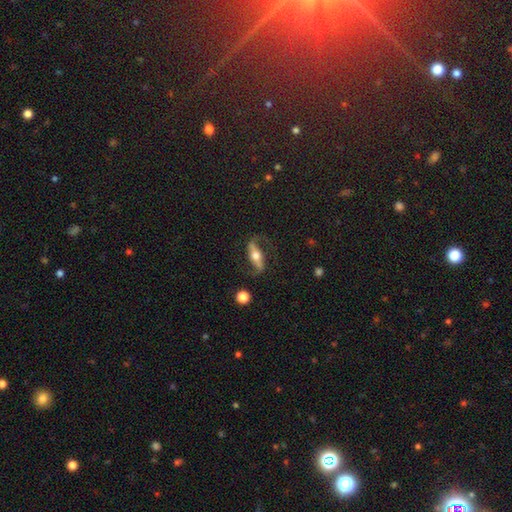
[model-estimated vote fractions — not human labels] Smooth or featured? featured or disk (75%)
Edge-on disk? no (71%)
Bar? strong (50%)
Spiral arms? yes (87%)
Bulge size? moderate (66%)
Merging? none (72%)